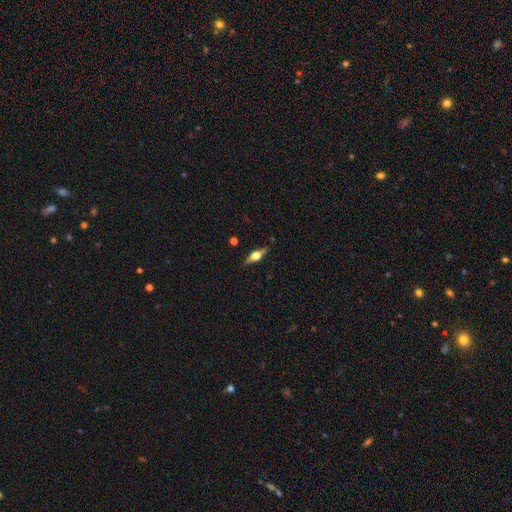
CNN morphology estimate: type=featured or disk (72%); edge-on=yes (96%); edge-on bulge=rounded (94%); merging=none (87%).